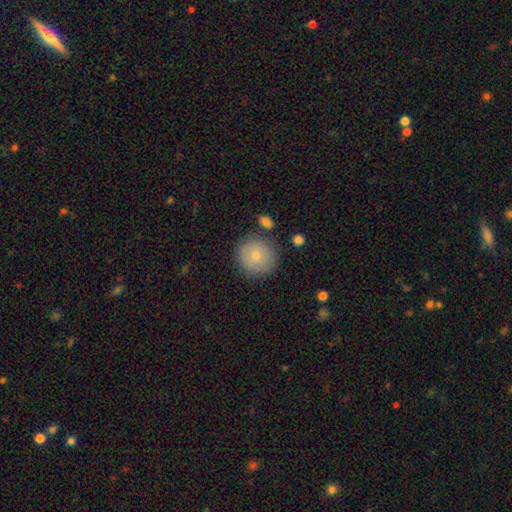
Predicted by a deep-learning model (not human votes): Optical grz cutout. It shows a smooth galaxy with no disk features (80%) that is round (91%). Merging: none (79%).